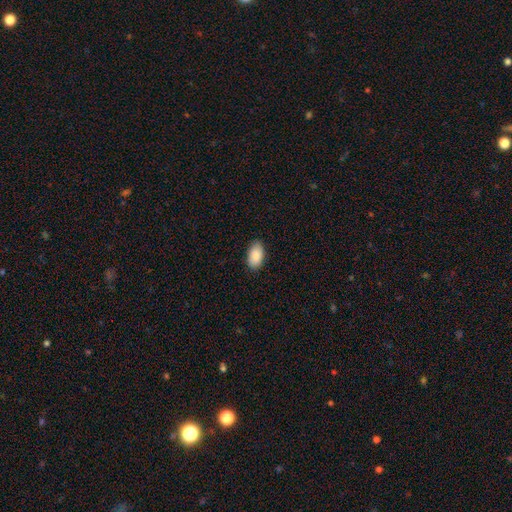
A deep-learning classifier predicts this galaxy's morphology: Overall: smooth (89%). How rounded: in between (95%). Merging: none (87%).